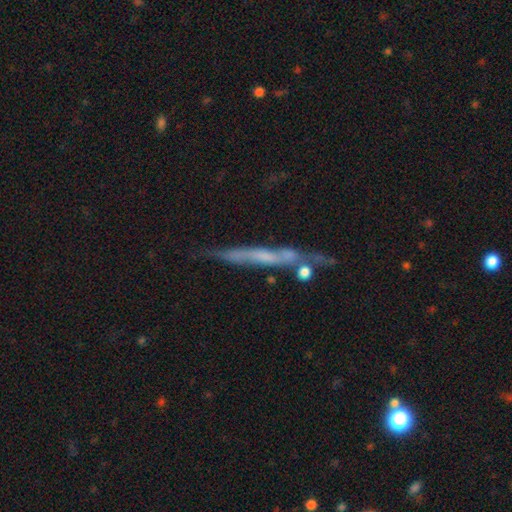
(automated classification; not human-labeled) A featured or disk galaxy (59%) viewed edge-on (82%).

Vote fractions:
- Smooth or featured? featured or disk: 59% / smooth: 32% / star or artifact: 9%
- Edge-on disk? yes: 82% / no: 18%
- Merging? none: 55% / minor disturbance: 20% / merger: 16% / major disturbance: 9%